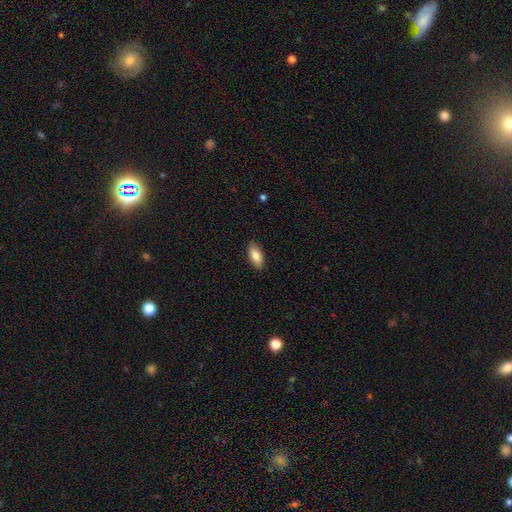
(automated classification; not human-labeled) A smooth galaxy with no disk features (84%) that is in between round and cigar-shaped (88%). Merging: none (89%).